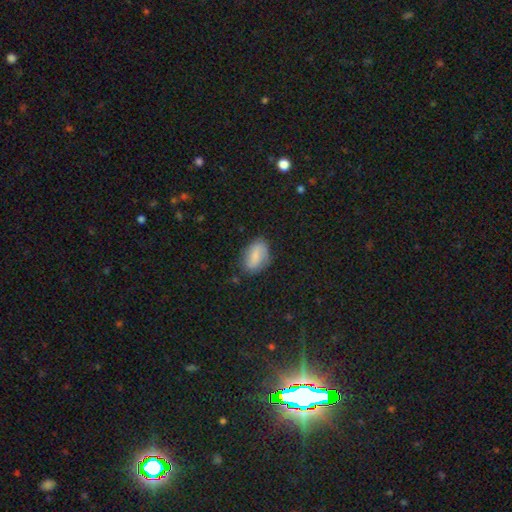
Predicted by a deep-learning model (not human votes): A smooth galaxy with no disk features (74%) that is in between round and cigar-shaped (87%). Merging: none (73%).